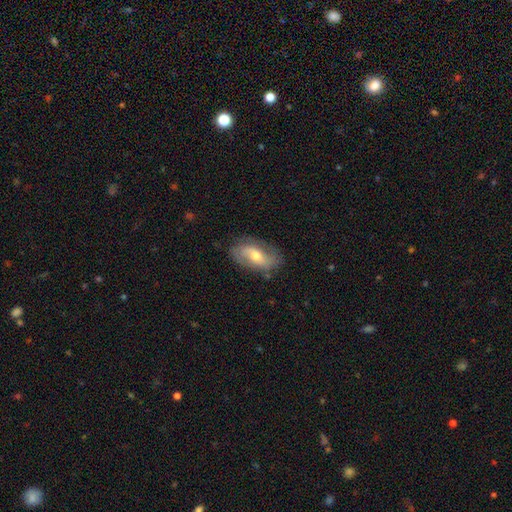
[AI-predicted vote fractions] Smooth or featured? featured or disk (61%)
Edge-on disk? no (92%)
Bar? no (46%)
Spiral arms? yes (79%)
Bulge size? moderate (67%)
Merging? none (75%)